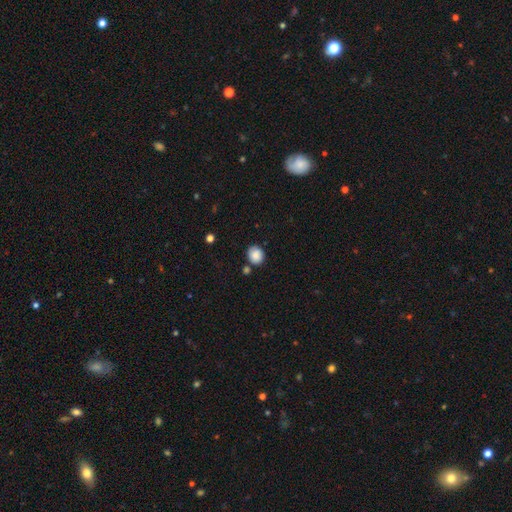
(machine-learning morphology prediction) smooth-or-featured: smooth: 86% | star or artifact: 8% | featured or disk: 6%
  how-rounded: round: 71% | in between: 28% | cigar-shaped: 1%
  merging: none: 77% | minor disturbance: 12% | merger: 8% | major disturbance: 3%